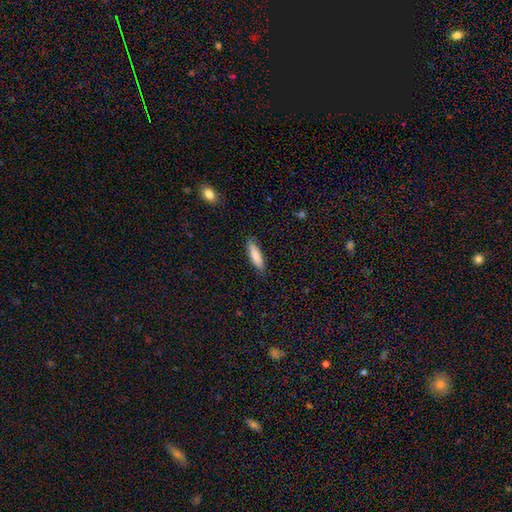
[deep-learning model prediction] smooth 86%, featured or disk 9%, star or artifact 6%. Down the decision tree: how rounded — cigar-shaped (59%); merging — none (85%).